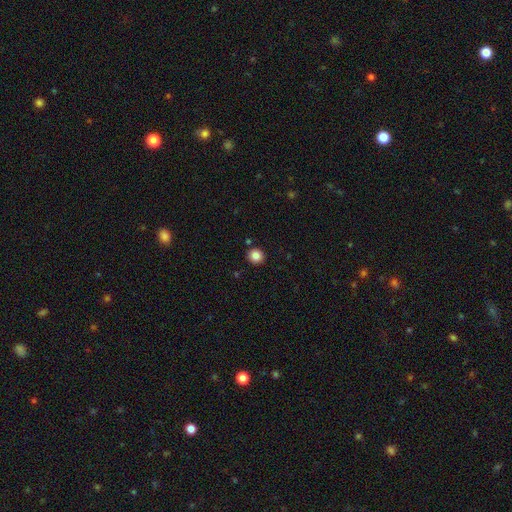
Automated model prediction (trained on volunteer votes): Smooth or featured: smooth — 85% (star or artifact — 10%)
How rounded: round — 88% (in between — 12%)
Merging: none — 89% (minor disturbance — 6%)